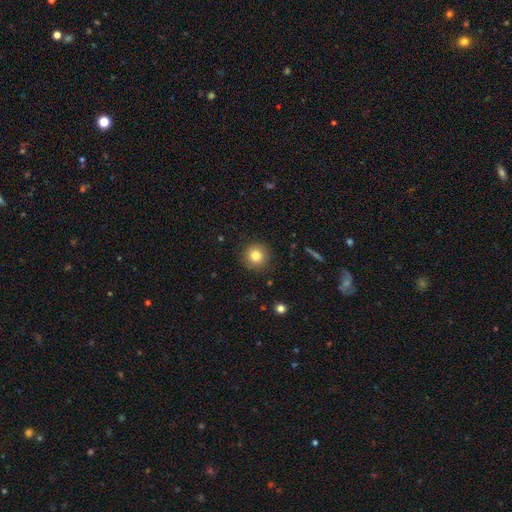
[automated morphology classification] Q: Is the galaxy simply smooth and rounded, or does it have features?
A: smooth — 81%.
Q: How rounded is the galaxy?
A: round — 94%.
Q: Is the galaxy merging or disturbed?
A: none — 88%.